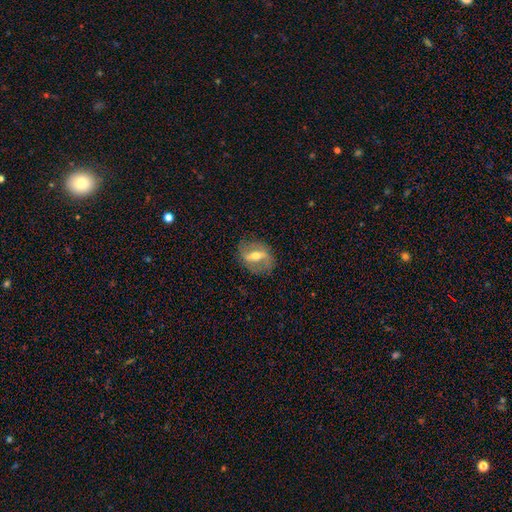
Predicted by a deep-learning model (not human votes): A featured or disk galaxy (72%) with a strong bar (61%), spiral arms (58%) and a moderate central bulge (70%).

Vote fractions:
- Smooth or featured? featured or disk: 72% / smooth: 21% / star or artifact: 7%
- Edge-on disk? no: 86% / yes: 14%
- Bar? strong: 61% / weak: 28% / no: 10%
- Spiral arms? yes: 58% / no: 42%
- Bulge size? moderate: 70% / small: 21% / large: 7% / none: 1% / dominant: 1%
- Merging? none: 80% / minor disturbance: 14% / major disturbance: 5% / merger: 1%